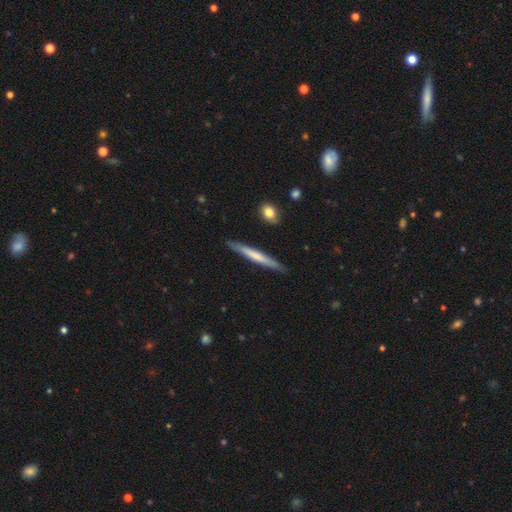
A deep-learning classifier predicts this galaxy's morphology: smooth-or-featured: smooth: 56% | featured or disk: 39% | star or artifact: 5%
  how-rounded: cigar-shaped: 96% | in between: 3% | round: 1%
  merging: none: 89% | minor disturbance: 8% | major disturbance: 2% | merger: 1%